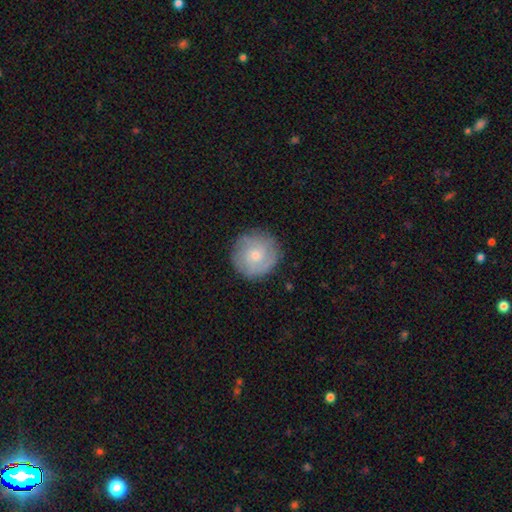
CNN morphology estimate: Q: Smooth or featured?
A: featured or disk (53%); runner-up: smooth (40%)
Q: Edge-on disk?
A: no (98%); runner-up: yes (2%)
Q: Bar?
A: no (77%); runner-up: weak (20%)
Q: Spiral arms?
A: yes (83%); runner-up: no (17%)
Q: Bulge size?
A: small (54%); runner-up: moderate (41%)
Q: Merging?
A: none (85%); runner-up: minor disturbance (11%)